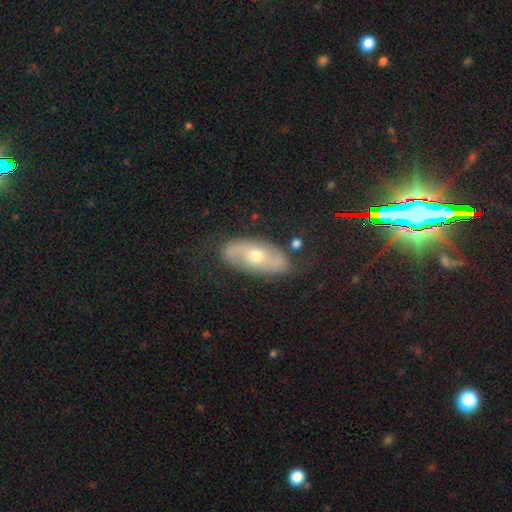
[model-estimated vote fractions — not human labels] smooth-or-featured: featured or disk: 56% | smooth: 30% | star or artifact: 14%
  disk-edge-on: no: 85% | yes: 15%
  merging: none: 77% | minor disturbance: 15% | major disturbance: 5% | merger: 2%